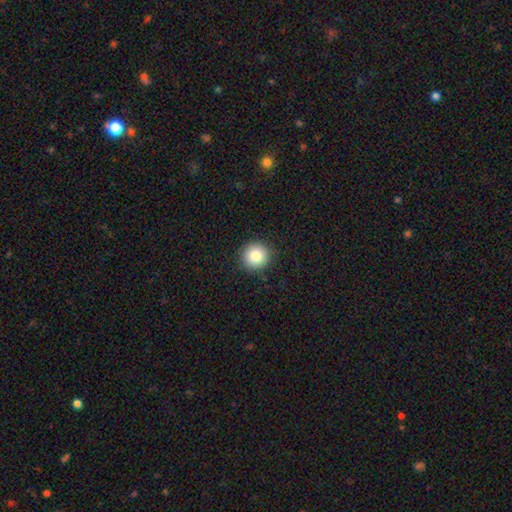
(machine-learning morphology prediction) Overall: smooth (83%). How rounded: round (95%). Merging: none (90%).